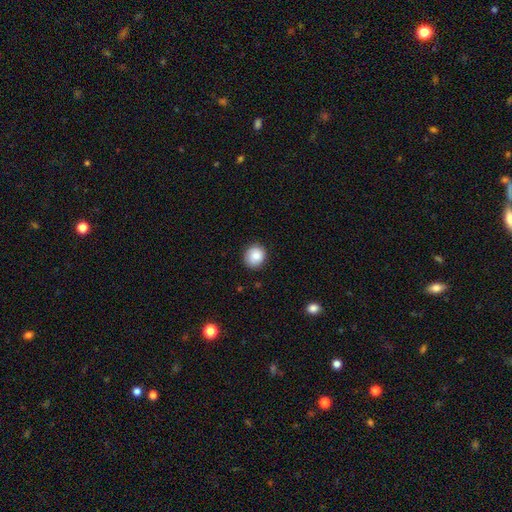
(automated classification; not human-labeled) This appears to be a smooth galaxy with no disk features (84%) that is round (82%). Merging: none (86%).